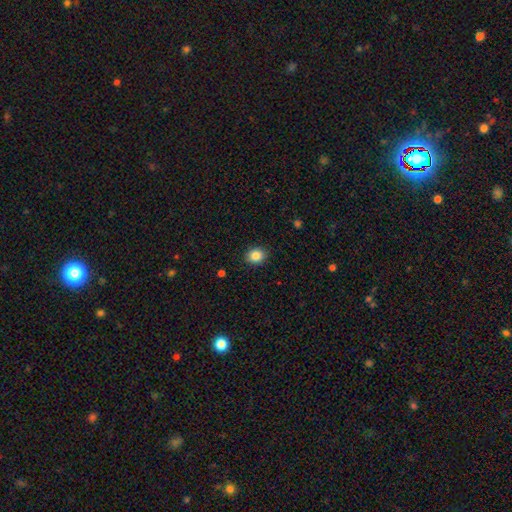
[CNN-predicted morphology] This is clearly a smooth galaxy (85%). How rounded: likely round (64%). Merging: clearly none (88%).